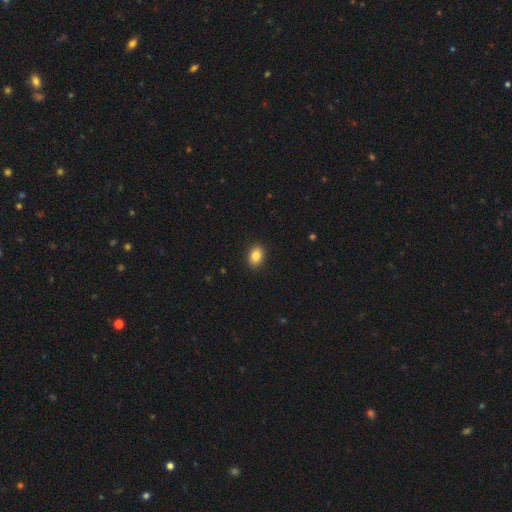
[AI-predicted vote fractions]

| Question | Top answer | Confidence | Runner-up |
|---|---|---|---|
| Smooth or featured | smooth | 85% | star or artifact (9%) |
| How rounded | in between | 78% | round (21%) |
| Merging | none | 90% | minor disturbance (7%) |